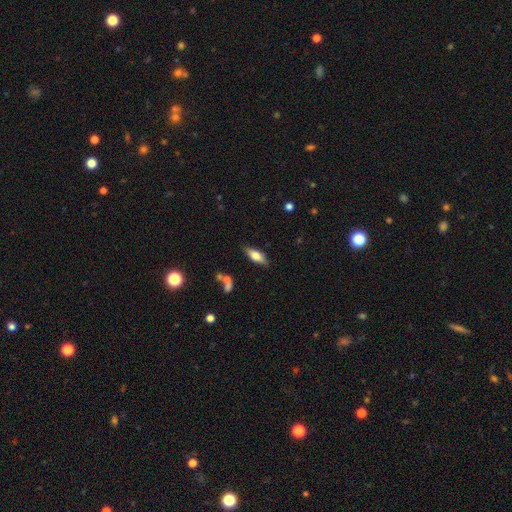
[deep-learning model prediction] smooth_or_featured: smooth (p=0.56) [alt: featured or disk p=0.37]
how_rounded: in between (p=0.67) [alt: cigar-shaped p=0.30]
merging: none (p=0.83) [alt: minor disturbance p=0.12]